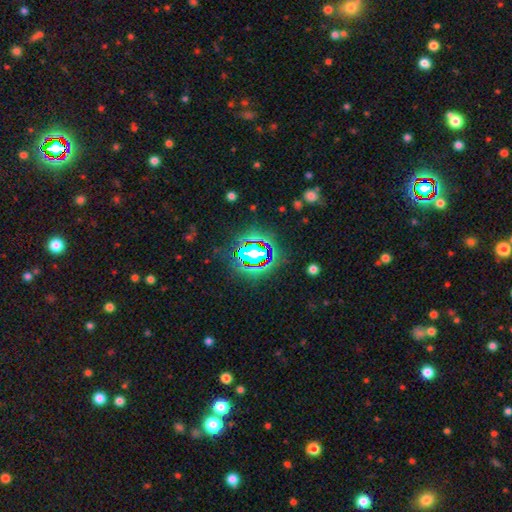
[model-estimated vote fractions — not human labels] Smooth or featured?
  - star or artifact: 66% *
  - smooth: 21%
  - featured or disk: 14%